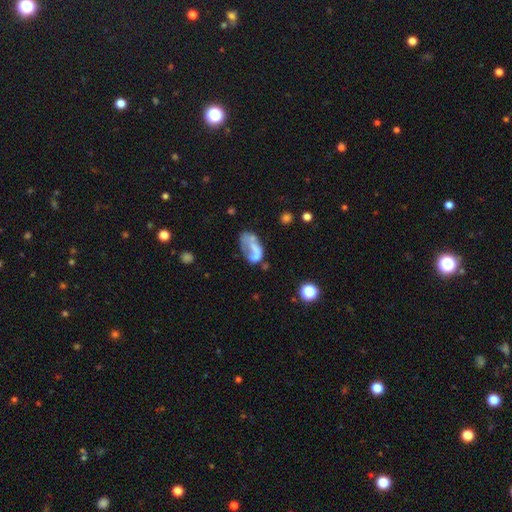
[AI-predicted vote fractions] Q: Smooth or featured?
A: featured or disk (46%); runner-up: smooth (42%)
Q: Merging?
A: major disturbance (32%); runner-up: none (27%)